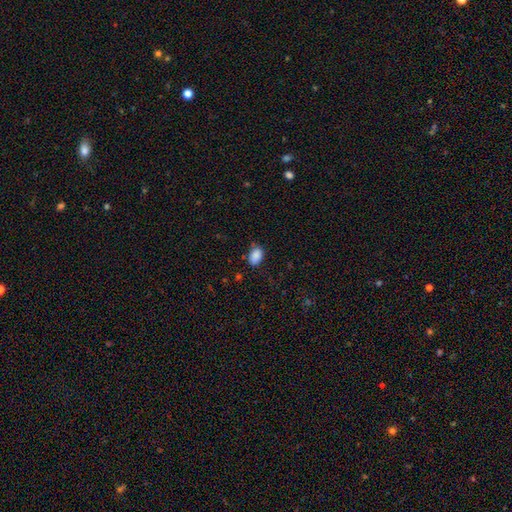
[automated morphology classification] Smooth or featured? smooth (88%)
How rounded? in between (87%)
Merging? none (71%)